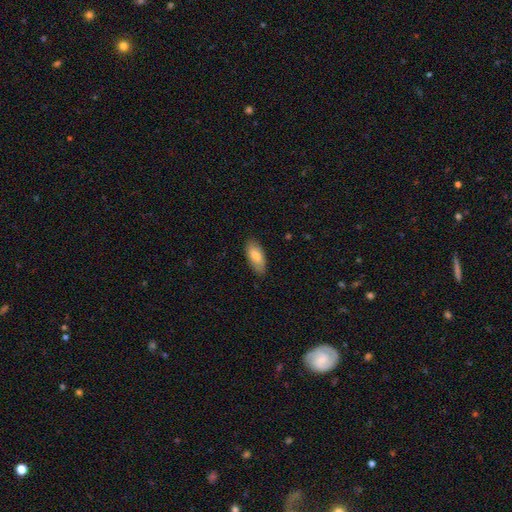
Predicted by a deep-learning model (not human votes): Smooth or featured? smooth (83%)
How rounded? in between (87%)
Merging? none (84%)